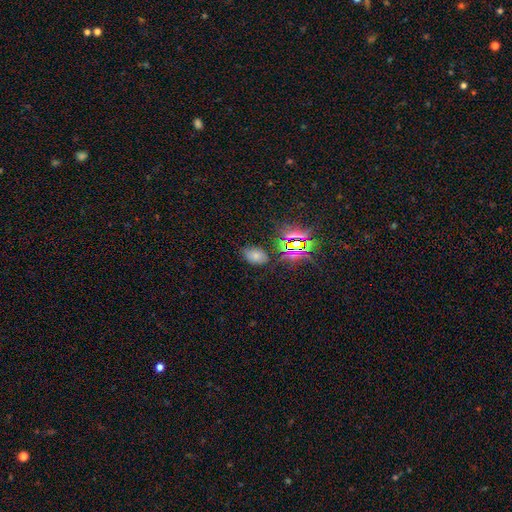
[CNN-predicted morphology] Smooth or featured? Predicted: smooth (p=0.61). How rounded? Predicted: in between (p=0.88). Merging? Predicted: none (p=0.74).